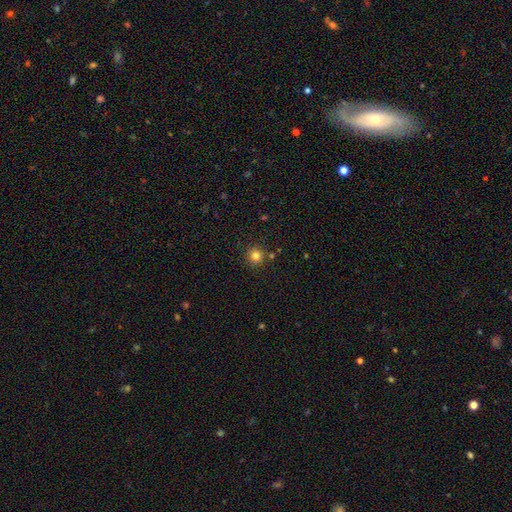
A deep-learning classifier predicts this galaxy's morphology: smooth-or-featured: smooth: 81% | star or artifact: 13% | featured or disk: 6%
  how-rounded: round: 95% | in between: 4% | cigar-shaped: 1%
  merging: none: 86% | minor disturbance: 7% | merger: 5% | major disturbance: 2%